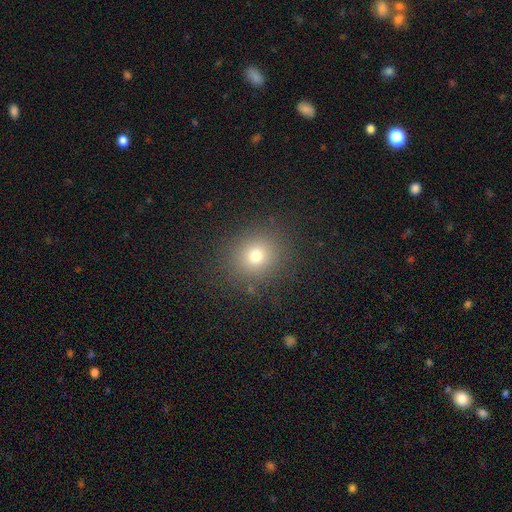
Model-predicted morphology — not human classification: type=smooth (74%); roundness=round (82%); merging=none (88%).